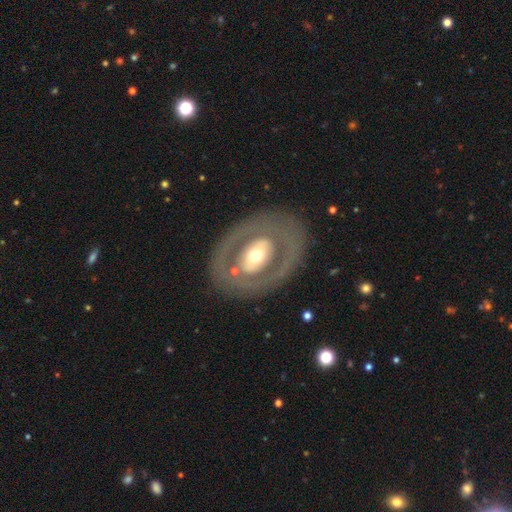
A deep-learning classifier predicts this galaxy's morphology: Smooth or featured: featured or disk — 64% (smooth — 31%)
Edge-on disk: no — 91% (yes — 9%)
Bar: no — 59% (weak — 21%)
Spiral arms: no — 85% (yes — 15%)
Bulge size: moderate — 64% (large — 17%)
Merging: none — 79% (minor disturbance — 11%)